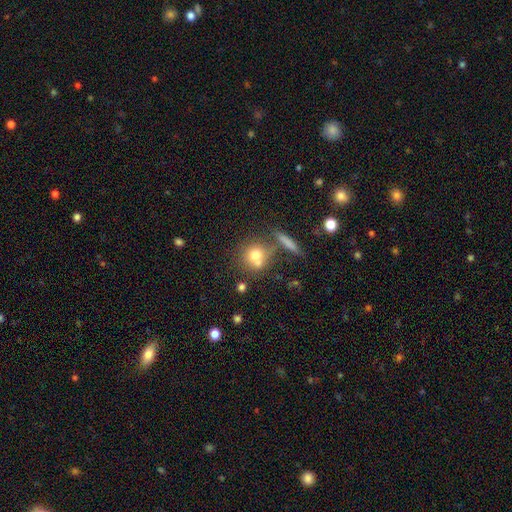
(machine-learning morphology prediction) smooth-or-featured: smooth: 73% | featured or disk: 15% | star or artifact: 12%
  how-rounded: round: 74% | in between: 22% | cigar-shaped: 4%
  merging: none: 49% | merger: 28% | minor disturbance: 14% | major disturbance: 10%